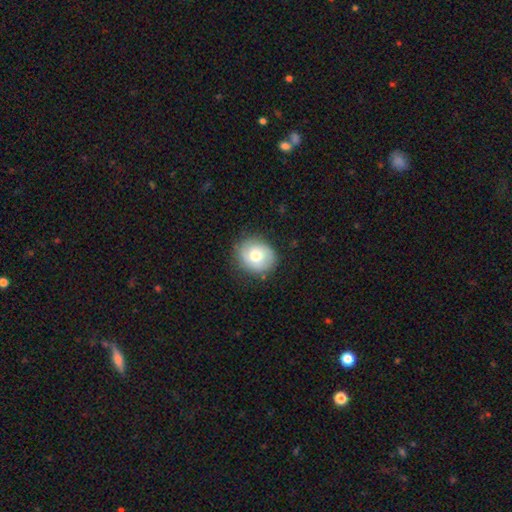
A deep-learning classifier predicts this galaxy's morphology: Smooth or featured: smooth — 68% (featured or disk — 24%)
How rounded: round — 74% (in between — 25%)
Merging: none — 81% (minor disturbance — 14%)